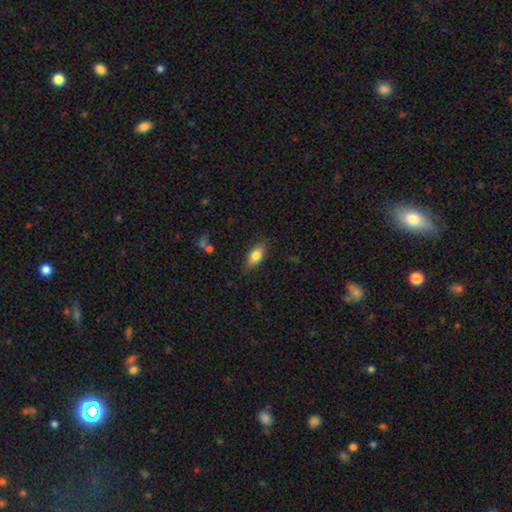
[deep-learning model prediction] smooth_or_featured: smooth (p=0.77) [alt: featured or disk p=0.16]
how_rounded: in between (p=0.83) [alt: cigar-shaped p=0.13]
merging: none (p=0.82) [alt: minor disturbance p=0.14]